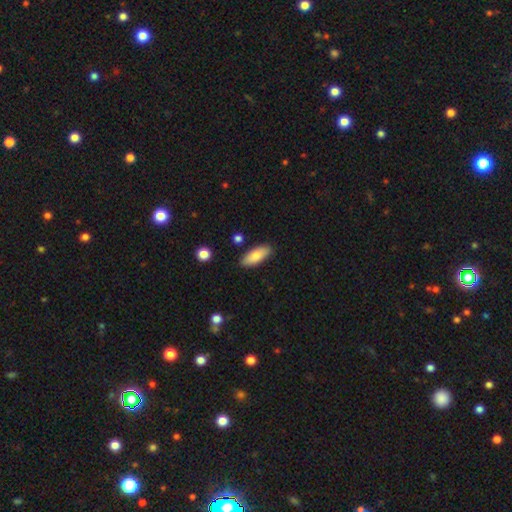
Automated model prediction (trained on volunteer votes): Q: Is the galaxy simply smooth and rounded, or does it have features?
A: smooth — 82%.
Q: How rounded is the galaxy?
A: in between — 75%.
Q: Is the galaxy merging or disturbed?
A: none — 86%.